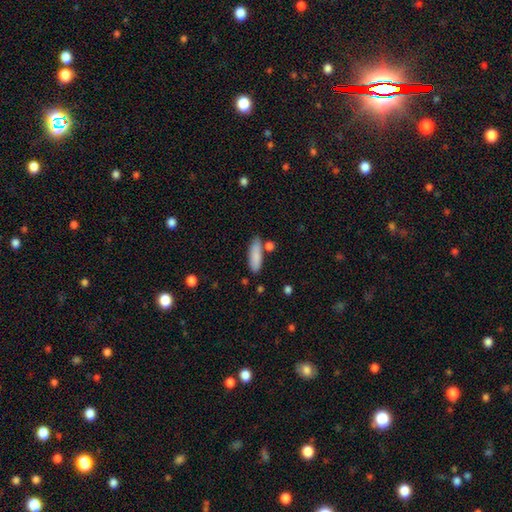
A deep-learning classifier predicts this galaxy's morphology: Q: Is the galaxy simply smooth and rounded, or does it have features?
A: smooth — 86%.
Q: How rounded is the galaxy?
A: in between — 51%.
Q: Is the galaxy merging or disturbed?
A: none — 74%.